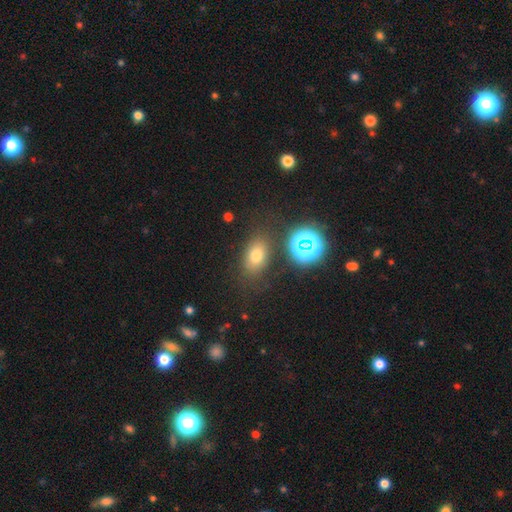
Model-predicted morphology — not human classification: This appears to be a smooth galaxy with no disk features (68%) that is in between round and cigar-shaped (79%). Merging: none (77%).